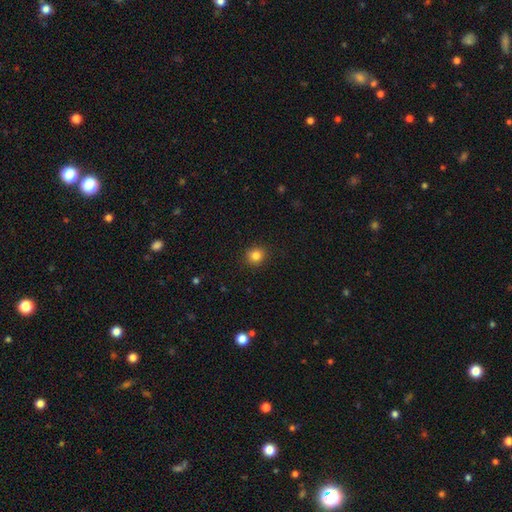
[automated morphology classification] Overall: smooth (84%). How rounded: round (88%). Merging: none (91%).